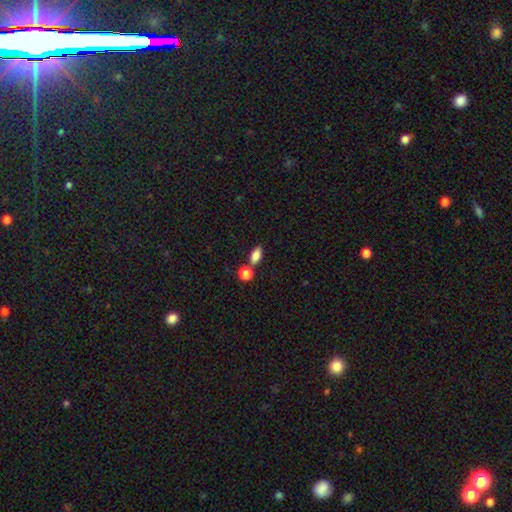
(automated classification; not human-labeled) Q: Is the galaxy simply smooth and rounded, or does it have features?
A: smooth — 83%.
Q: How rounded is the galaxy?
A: in between — 83%.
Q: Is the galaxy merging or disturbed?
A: none — 65%.